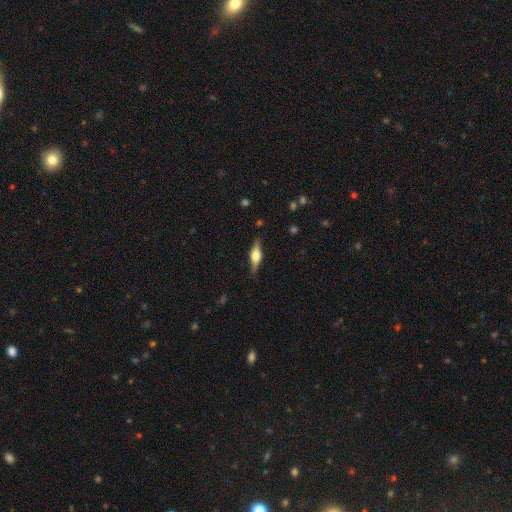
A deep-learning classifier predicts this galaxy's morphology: Smooth or featured? featured or disk (57%)
Edge-on disk? yes (94%)
Edge-on bulge? rounded (89%)
Merging? none (83%)